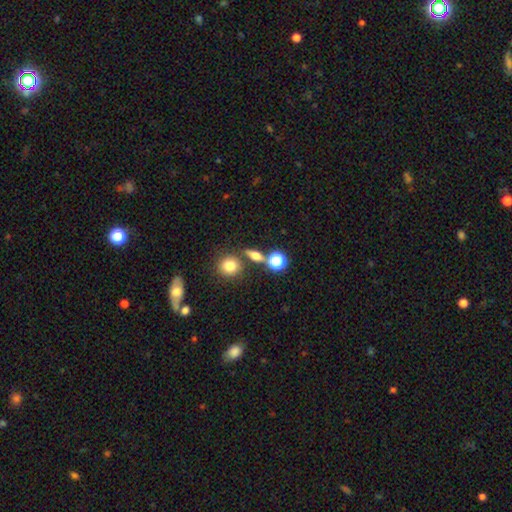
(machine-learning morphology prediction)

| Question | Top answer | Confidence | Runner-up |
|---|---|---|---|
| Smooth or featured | smooth | 57% | featured or disk (22%) |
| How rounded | round | 41% | in between (37%) |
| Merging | none | 72% | merger (14%) |